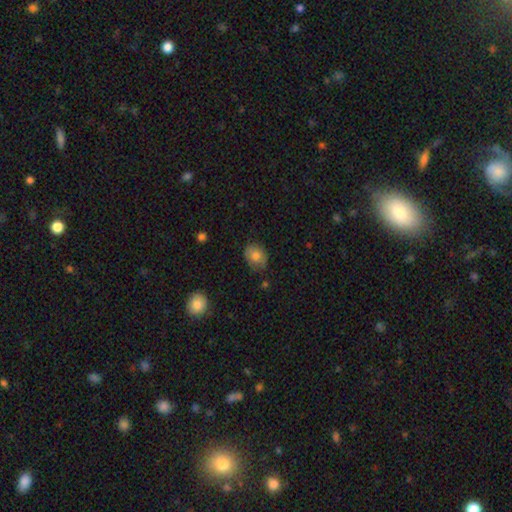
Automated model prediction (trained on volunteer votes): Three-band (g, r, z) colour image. It shows a smooth galaxy with no disk features (76%) that is in between round and cigar-shaped (50%). Merging: none (71%).